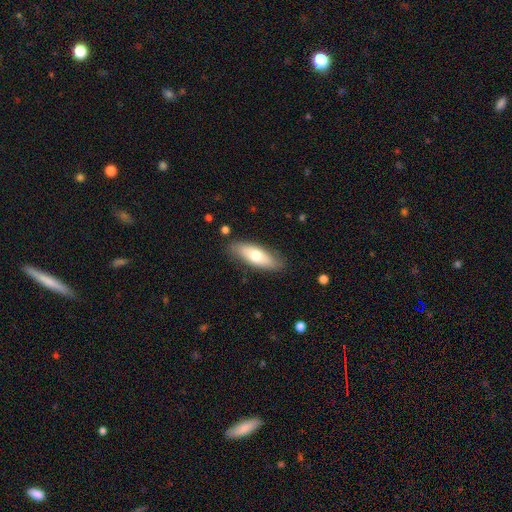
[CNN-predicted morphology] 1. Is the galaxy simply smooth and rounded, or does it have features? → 67% smooth, 28% featured or disk, 6% star or artifact.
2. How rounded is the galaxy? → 66% in between, 32% cigar-shaped, 2% round.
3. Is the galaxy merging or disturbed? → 84% none, 12% minor disturbance, 3% major disturbance, 1% merger.